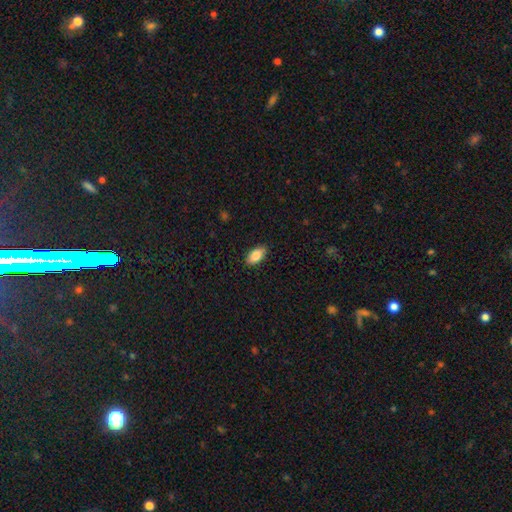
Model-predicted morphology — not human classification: smooth_or_featured: smooth (p=0.86) [alt: featured or disk p=0.07]
how_rounded: in between (p=0.93) [alt: cigar-shaped p=0.04]
merging: none (p=0.88) [alt: minor disturbance p=0.09]